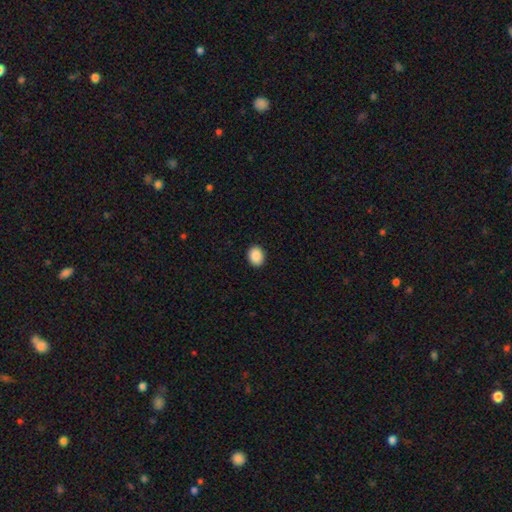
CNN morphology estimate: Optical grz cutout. It shows a smooth galaxy with no disk features (90%) that is in between round and cigar-shaped (51%). Merging: none (92%).